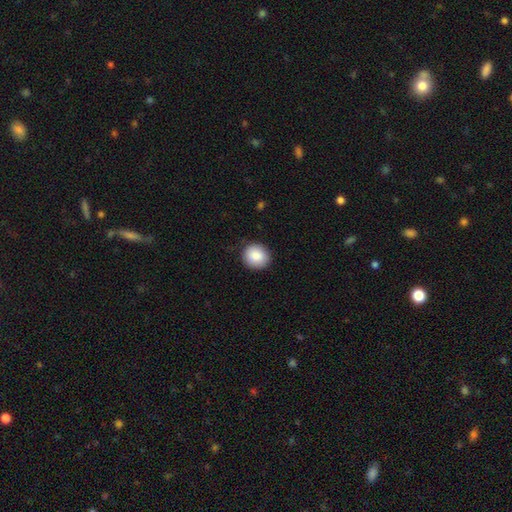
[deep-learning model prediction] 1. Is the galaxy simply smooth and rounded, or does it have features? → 88% smooth, 7% star or artifact, 5% featured or disk.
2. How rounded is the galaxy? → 84% round, 15% in between, 1% cigar-shaped.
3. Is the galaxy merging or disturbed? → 87% none, 9% minor disturbance, 2% major disturbance, 1% merger.